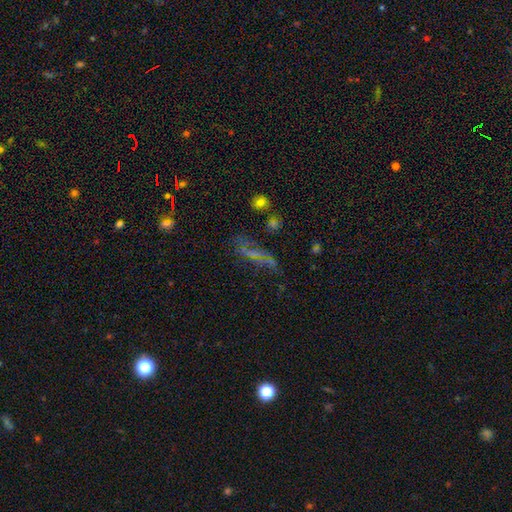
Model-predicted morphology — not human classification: Smooth or featured: featured or disk — 39% (smooth — 33%)
Merging: none — 53% (minor disturbance — 20%)